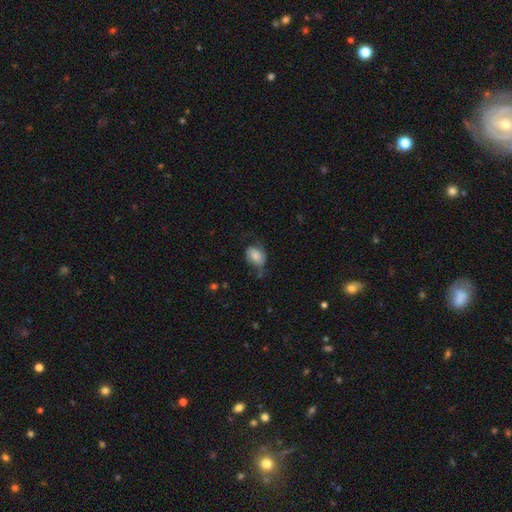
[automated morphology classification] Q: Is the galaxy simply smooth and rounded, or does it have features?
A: smooth — 56%.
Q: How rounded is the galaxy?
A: in between — 77%.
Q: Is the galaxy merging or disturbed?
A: none — 49%.